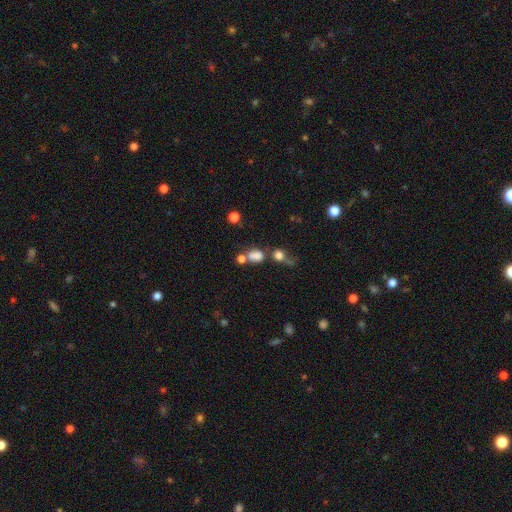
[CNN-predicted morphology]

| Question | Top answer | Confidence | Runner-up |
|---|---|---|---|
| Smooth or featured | smooth | 72% | star or artifact (16%) |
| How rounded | round | 50% | in between (48%) |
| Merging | merger | 45% | none (32%) |